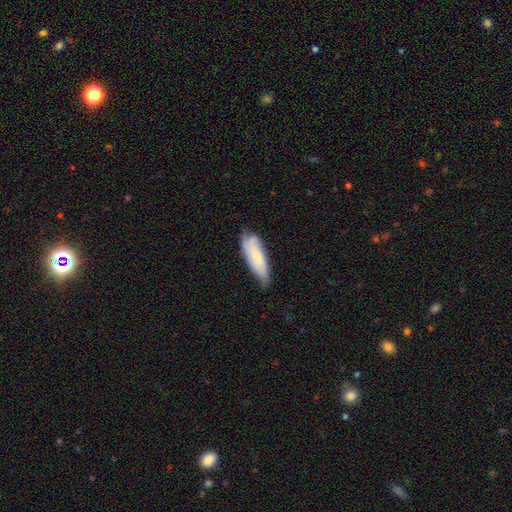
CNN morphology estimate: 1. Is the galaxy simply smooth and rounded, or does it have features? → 62% smooth, 31% featured or disk, 7% star or artifact.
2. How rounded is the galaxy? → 56% in between, 43% cigar-shaped, 2% round.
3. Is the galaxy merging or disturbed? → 60% none, 31% minor disturbance, 6% major disturbance, 2% merger.